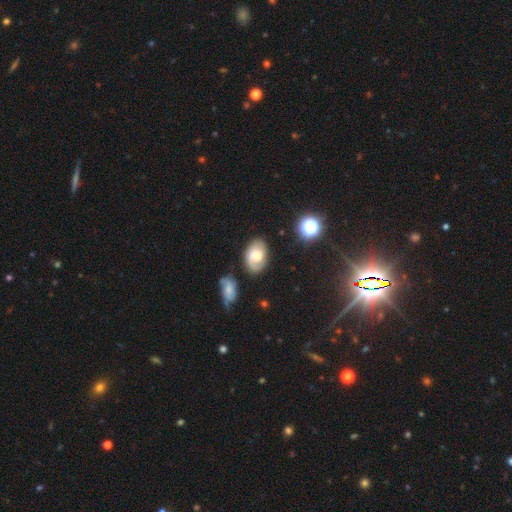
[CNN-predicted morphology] Smooth or featured? Predicted: smooth (p=0.48). Merging? Predicted: none (p=0.69).